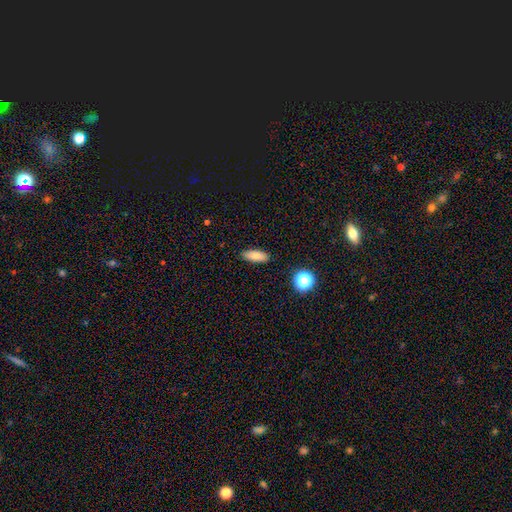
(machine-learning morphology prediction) Smooth or featured? smooth (82%)
How rounded? in between (73%)
Merging? none (89%)